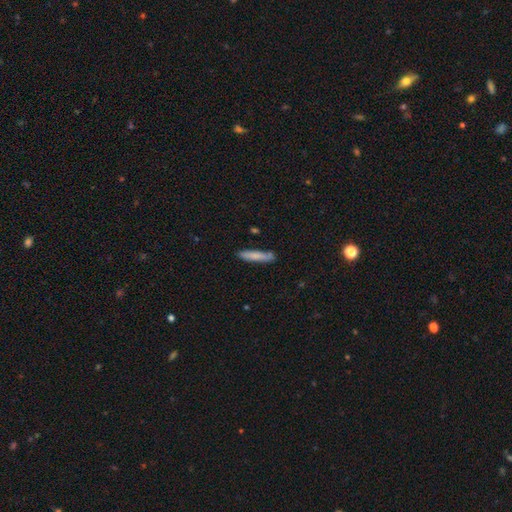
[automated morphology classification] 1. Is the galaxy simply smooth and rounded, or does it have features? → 78% smooth, 16% featured or disk, 6% star or artifact.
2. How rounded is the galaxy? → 89% cigar-shaped, 9% in between, 1% round.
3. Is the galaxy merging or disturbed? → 80% none, 14% minor disturbance, 3% merger, 3% major disturbance.